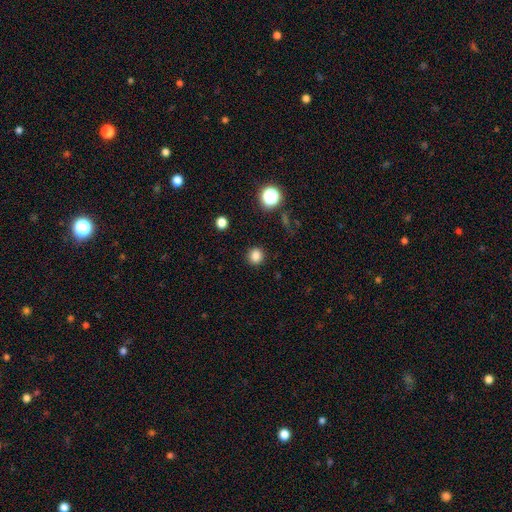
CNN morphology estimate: This is clearly a smooth galaxy (83%). How rounded: clearly round (88%). Merging: clearly none (90%).